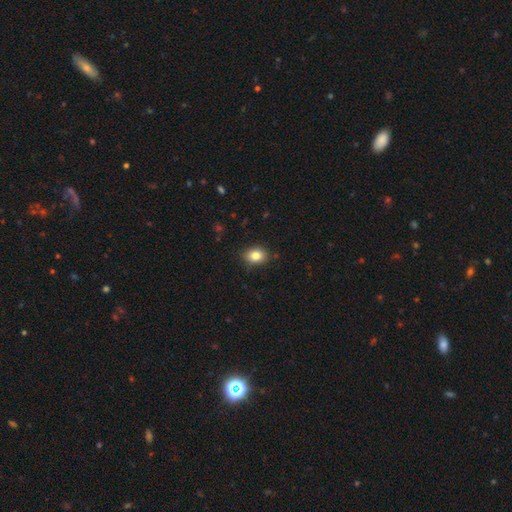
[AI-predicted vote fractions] A smooth galaxy with no disk features (82%) that is in between round and cigar-shaped (62%).

Vote fractions:
- Smooth or featured? smooth: 82% / star or artifact: 10% / featured or disk: 8%
- How rounded? in between: 62% / round: 37% / cigar-shaped: 1%
- Merging? none: 84% / minor disturbance: 13% / major disturbance: 2% / merger: 1%